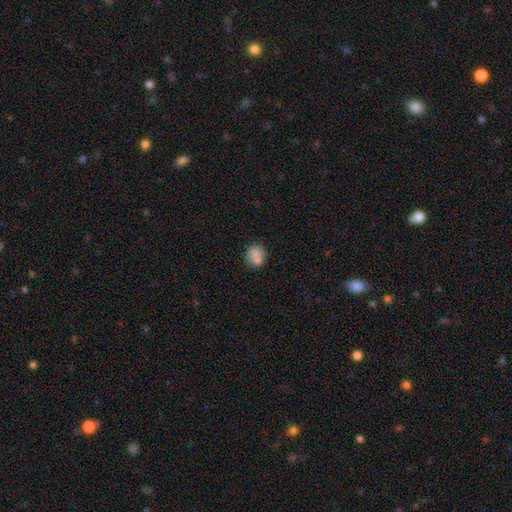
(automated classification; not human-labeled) A smooth galaxy with no disk features (79%) that is round (76%). Merging: none (61%).